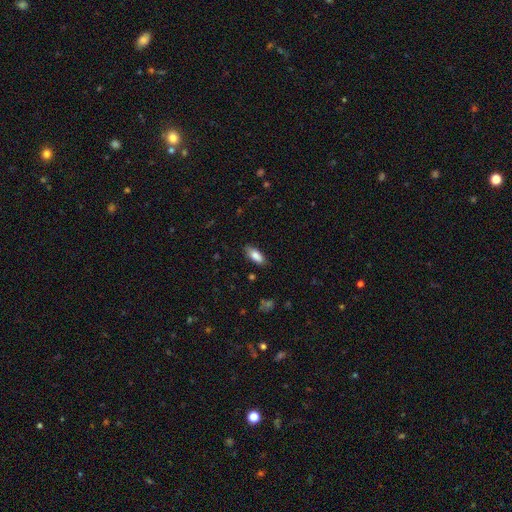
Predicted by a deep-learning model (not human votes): This appears to be a smooth galaxy with no disk features (86%) that is in between round and cigar-shaped (83%). Merging: none (85%).